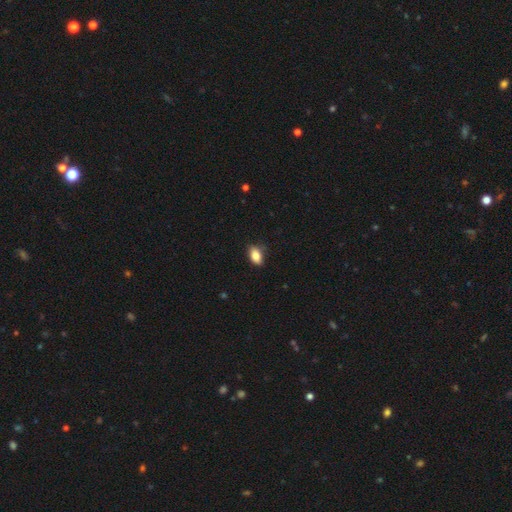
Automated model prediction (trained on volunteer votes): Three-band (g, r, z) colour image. It shows a smooth galaxy with no disk features (85%) that is in between round and cigar-shaped (89%). Merging: none (81%).